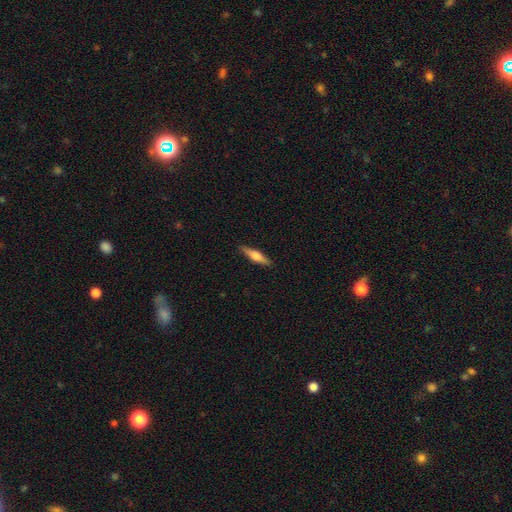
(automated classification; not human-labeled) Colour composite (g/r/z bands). It shows a smooth galaxy with no disk features (47%, tied with featured or disk). Merging: none (90%).